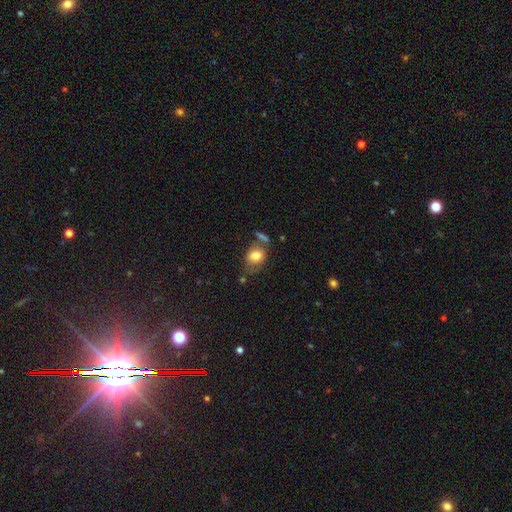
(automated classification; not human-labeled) This is likely a smooth galaxy (76%). How rounded: possibly in between (58%). Merging: possibly none (47%).